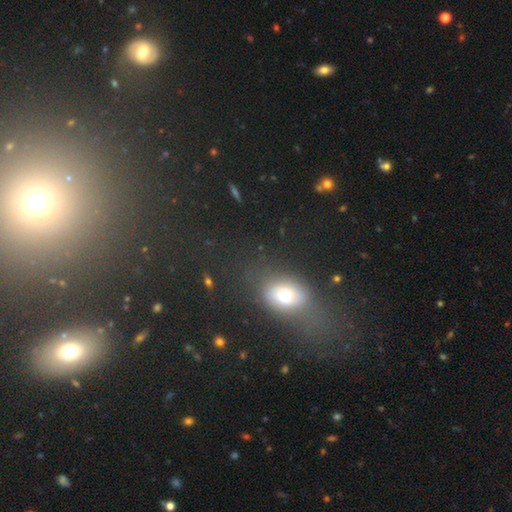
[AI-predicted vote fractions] A smooth galaxy with no disk features (53%) that is in between round and cigar-shaped (59%). Merging: none (60%).